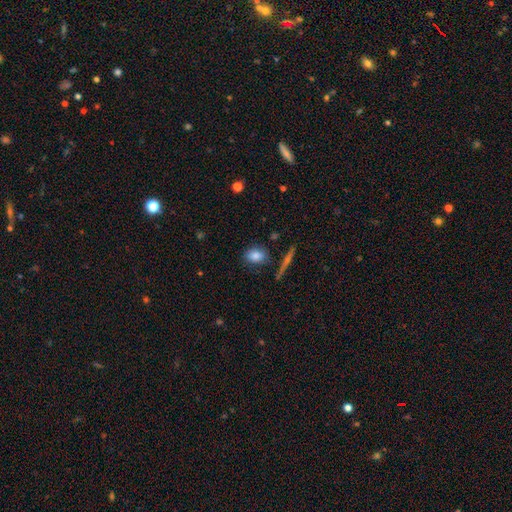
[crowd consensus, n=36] A smooth galaxy with no disk features (86%) that is in between round and cigar-shaped (74%).

Vote fractions:
- Smooth or featured? smooth: 86% / star or artifact: 8% / featured or disk: 6%
- How rounded? in between: 74% / round: 19% / cigar-shaped: 6%
- Merging? none: 82% / minor disturbance: 15% / major disturbance: 3% / merger: 0%